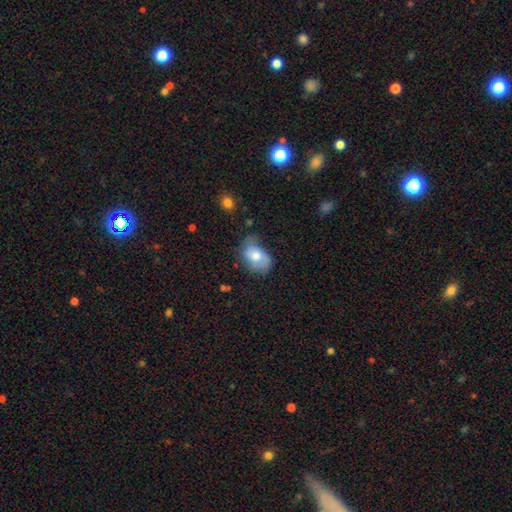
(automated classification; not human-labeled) The model was most divided on "merging": none: 46%, minor disturbance: 37%, major disturbance: 14%, merger: 3%. More confident: how rounded — in between (85%); smooth or featured — smooth (68%).